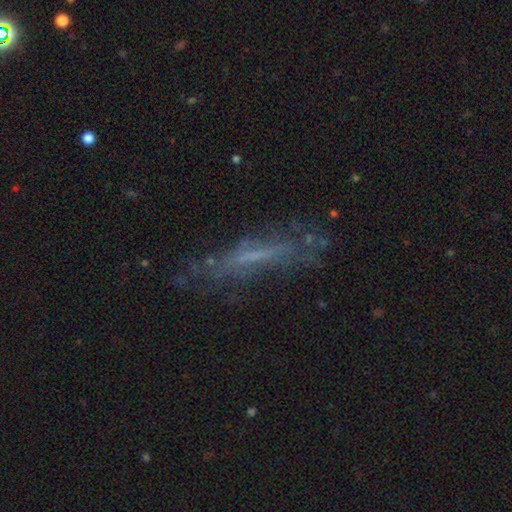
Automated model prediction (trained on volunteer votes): Smooth or featured? Predicted: featured or disk (p=0.52). Edge-on disk? Predicted: yes (p=0.55). Merging? Predicted: none (p=0.65).